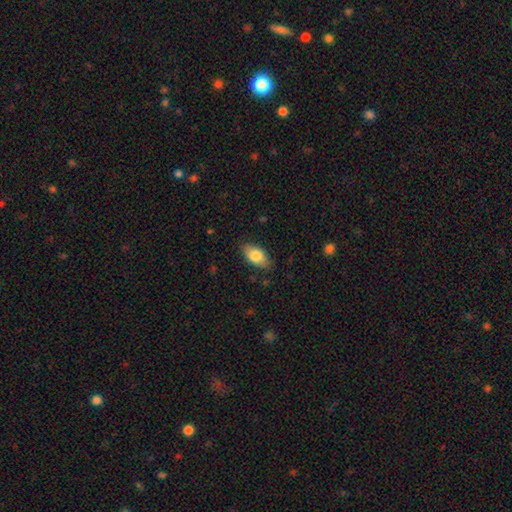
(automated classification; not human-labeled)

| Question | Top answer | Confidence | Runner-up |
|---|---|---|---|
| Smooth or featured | smooth | 79% | featured or disk (14%) |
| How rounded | in between | 91% | cigar-shaped (5%) |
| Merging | none | 83% | minor disturbance (13%) |